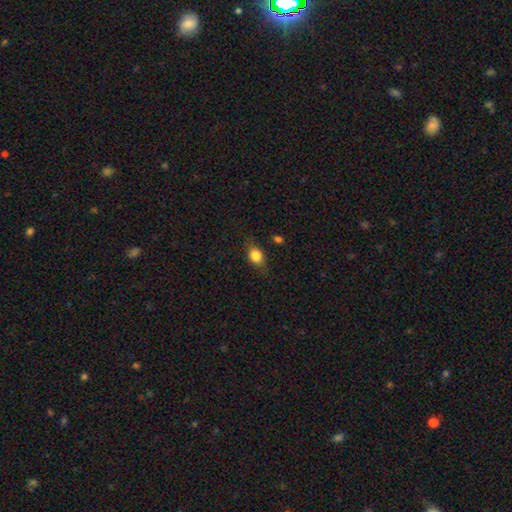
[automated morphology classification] Smooth or featured? Predicted: smooth (p=0.80). How rounded? Predicted: in between (p=0.68). Merging? Predicted: none (p=0.75).